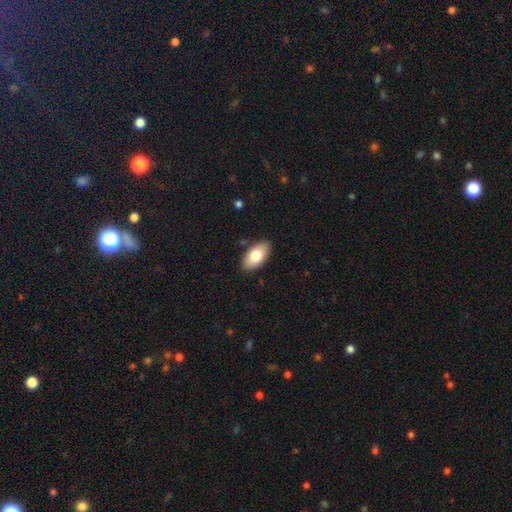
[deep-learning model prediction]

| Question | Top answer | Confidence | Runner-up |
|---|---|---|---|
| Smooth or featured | smooth | 78% | featured or disk (15%) |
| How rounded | in between | 94% | round (3%) |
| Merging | none | 87% | minor disturbance (10%) |